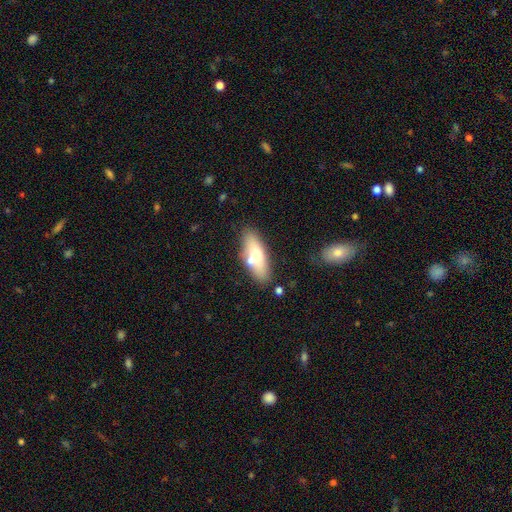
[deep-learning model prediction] Q: Smooth or featured?
A: smooth (62%); runner-up: featured or disk (31%)
Q: How rounded?
A: in between (70%); runner-up: cigar-shaped (26%)
Q: Merging?
A: none (74%); runner-up: minor disturbance (12%)